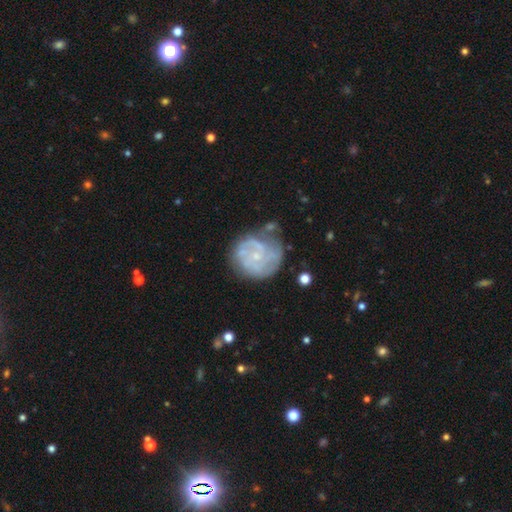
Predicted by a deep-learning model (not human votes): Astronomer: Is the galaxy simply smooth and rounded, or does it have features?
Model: featured or disk — 74%.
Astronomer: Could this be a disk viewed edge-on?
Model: no — 98%.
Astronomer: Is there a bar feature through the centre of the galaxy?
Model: no — 75%.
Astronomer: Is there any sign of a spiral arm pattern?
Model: yes — 80%.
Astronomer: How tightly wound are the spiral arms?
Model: tight — 56% (runner-up: medium, 32%).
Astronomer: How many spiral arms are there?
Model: can't tell — 42% (runner-up: 2, 22%).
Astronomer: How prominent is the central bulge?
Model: small — 76%.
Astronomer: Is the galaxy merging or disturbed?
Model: none — 60%.